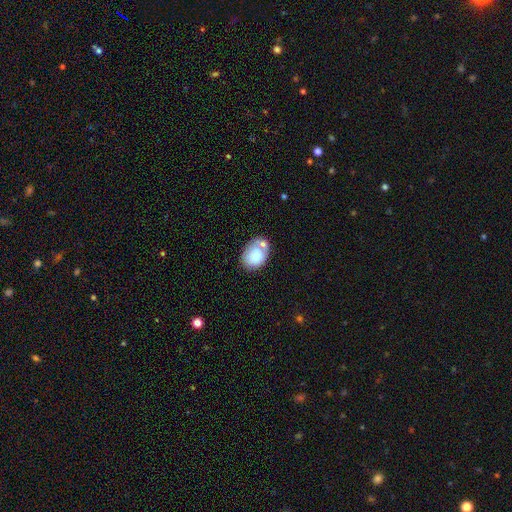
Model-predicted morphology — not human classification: A smooth galaxy with no disk features (80%) that is in between round and cigar-shaped (77%).

Vote fractions:
- Smooth or featured? smooth: 80% / featured or disk: 12% / star or artifact: 7%
- How rounded? in between: 77% / round: 22% / cigar-shaped: 1%
- Merging? none: 52% / merger: 21% / minor disturbance: 20% / major disturbance: 7%